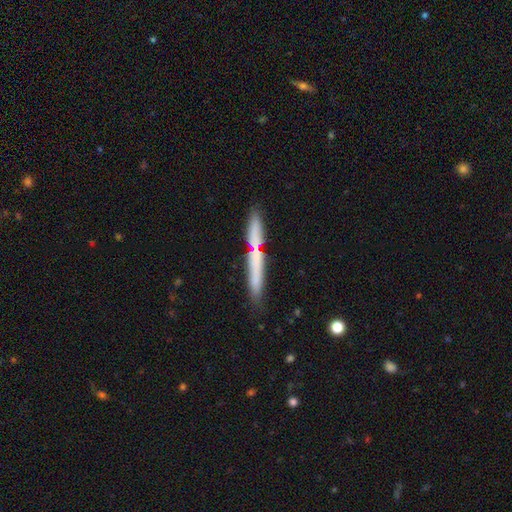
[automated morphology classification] Q: Smooth or featured?
A: smooth (54%); runner-up: featured or disk (39%)
Q: How rounded?
A: cigar-shaped (96%); runner-up: in between (3%)
Q: Merging?
A: none (78%); runner-up: minor disturbance (12%)